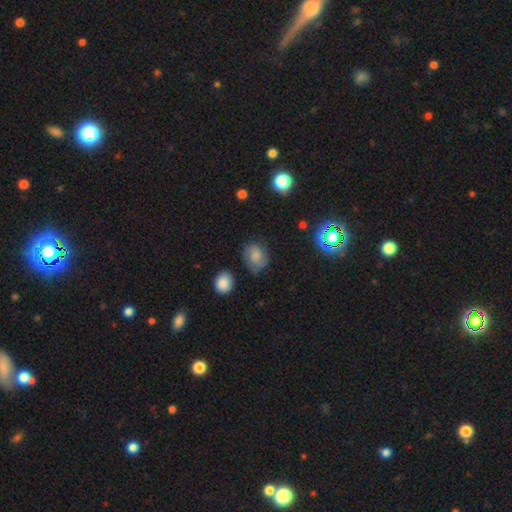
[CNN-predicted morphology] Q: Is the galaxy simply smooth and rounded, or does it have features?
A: smooth — 56%.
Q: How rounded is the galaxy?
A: round — 52%.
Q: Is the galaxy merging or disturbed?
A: none — 66%.